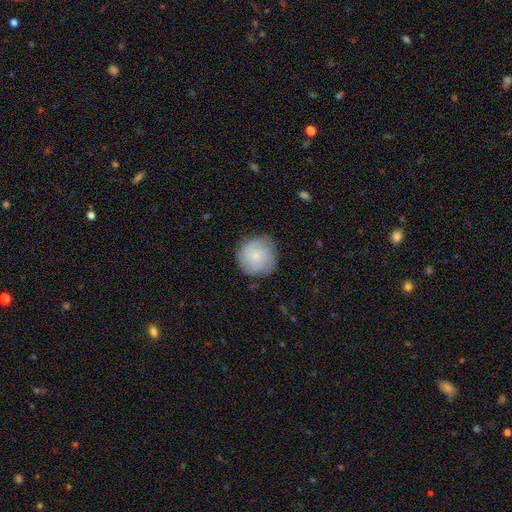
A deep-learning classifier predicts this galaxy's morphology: Smooth or featured? smooth (66%)
How rounded? round (92%)
Merging? none (77%)